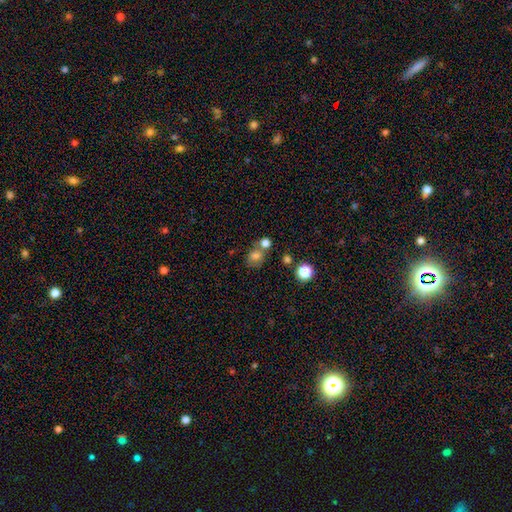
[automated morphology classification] Q: Smooth or featured?
A: smooth (72%); runner-up: star or artifact (14%)
Q: How rounded?
A: round (63%); runner-up: in between (36%)
Q: Merging?
A: none (49%); runner-up: merger (30%)